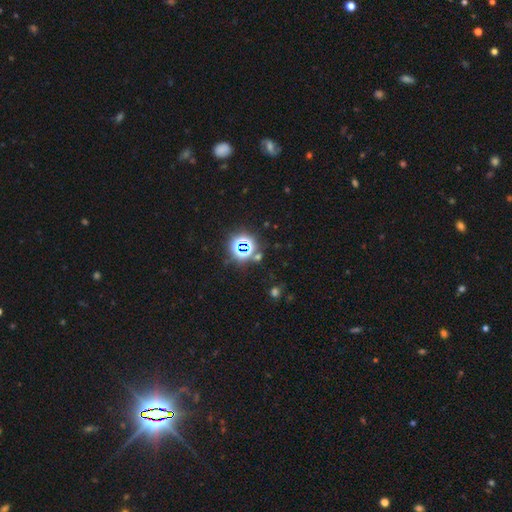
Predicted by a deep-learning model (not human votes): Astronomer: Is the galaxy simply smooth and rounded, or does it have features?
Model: star or artifact — 76%.